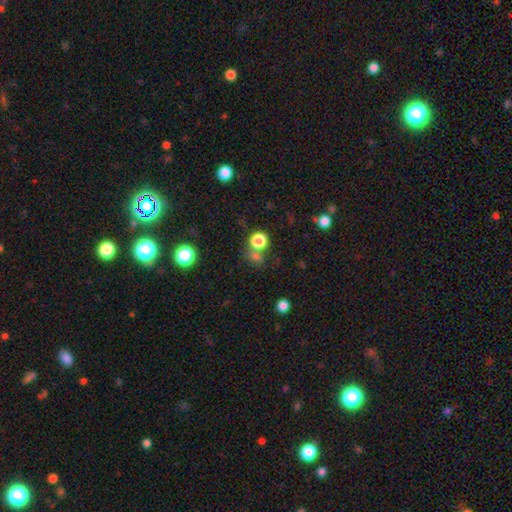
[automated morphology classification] The model was most divided on "smooth or featured": smooth: 63%, star or artifact: 30%, featured or disk: 7%. More confident: how rounded — round (77%); merging — none (63%).